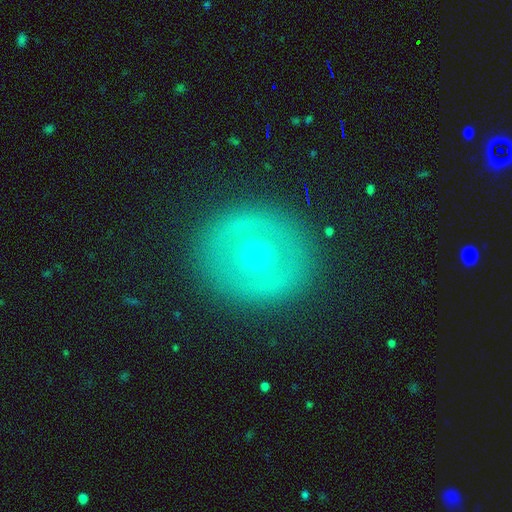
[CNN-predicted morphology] A featured or disk galaxy (54%) with no bar (77%), no spiral arms (80%) and a small central bulge (77%).

Vote fractions:
- Smooth or featured? featured or disk: 54% / smooth: 35% / star or artifact: 11%
- Edge-on disk? no: 94% / yes: 6%
- Bar? no: 77% / weak: 15% / strong: 8%
- Spiral arms? no: 80% / yes: 20%
- Bulge size? small: 77% / moderate: 20% / large: 1% / dominant: 1% / none: 1%
- Merging? none: 87% / minor disturbance: 9% / major disturbance: 4% / merger: 1%